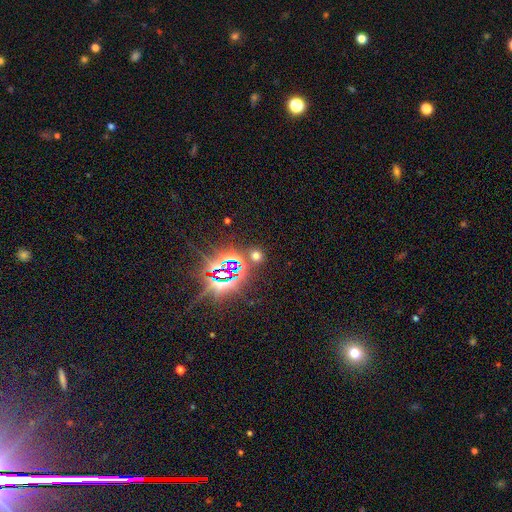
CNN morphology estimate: star or artifact 48%, smooth 45%, featured or disk 7%.